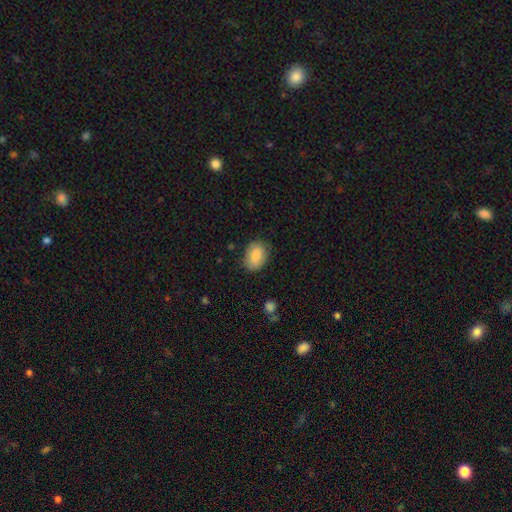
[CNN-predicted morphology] This appears to be a smooth galaxy with no disk features (82%) that is in between round and cigar-shaped (77%). Merging: none (79%).